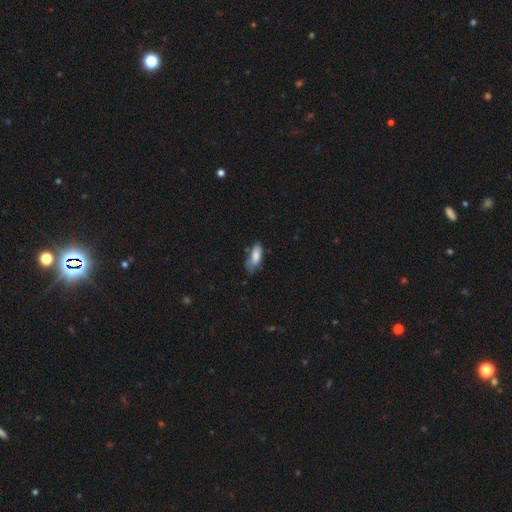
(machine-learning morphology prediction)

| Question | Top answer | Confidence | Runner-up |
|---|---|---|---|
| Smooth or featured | smooth | 76% | featured or disk (17%) |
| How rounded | in between | 82% | cigar-shaped (16%) |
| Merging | none | 40% | minor disturbance (35%) |